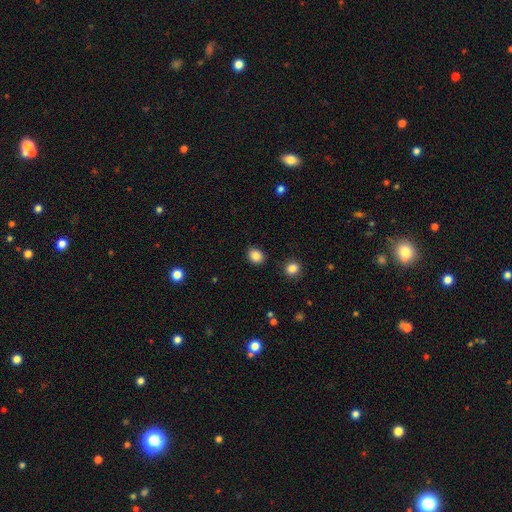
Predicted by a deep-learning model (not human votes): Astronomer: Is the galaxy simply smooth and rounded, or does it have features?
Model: smooth — 85%.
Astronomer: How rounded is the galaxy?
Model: round — 57% (runner-up: in between, 43%).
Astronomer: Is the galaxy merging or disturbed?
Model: none — 87%.